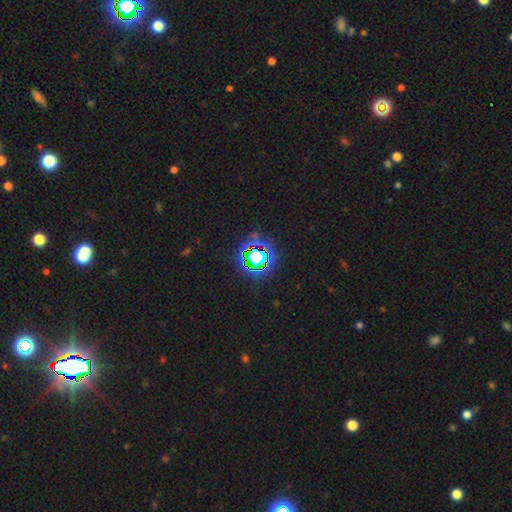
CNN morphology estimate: This is likely a star or artifact rather than a galaxy (70%).